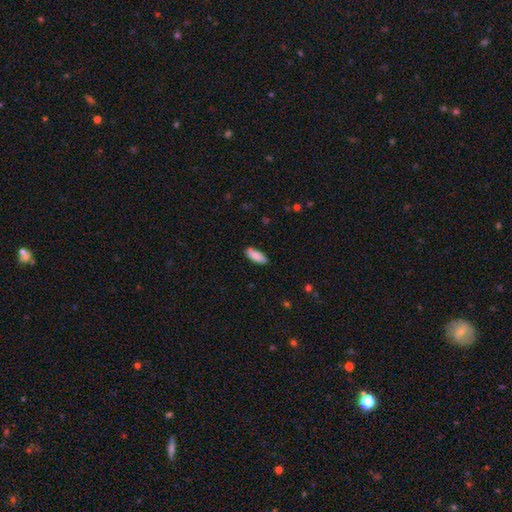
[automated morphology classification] A smooth galaxy with no disk features (88%) that is in between round and cigar-shaped (76%). Merging: none (86%).